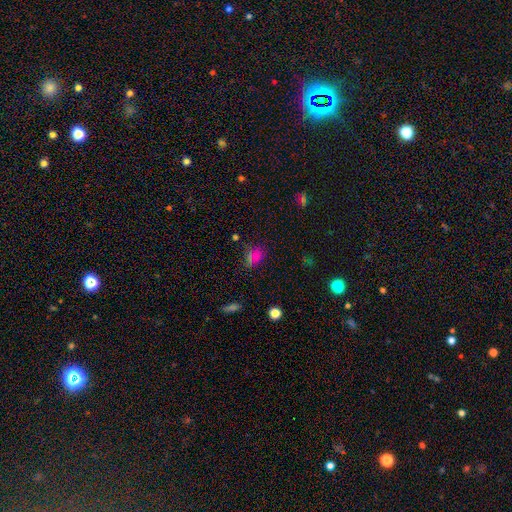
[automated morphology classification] smooth-or-featured: smooth: 59% | star or artifact: 33% | featured or disk: 8%
  how-rounded: in between: 50% | round: 47% | cigar-shaped: 3%
  merging: none: 74% | minor disturbance: 15% | major disturbance: 6% | merger: 5%